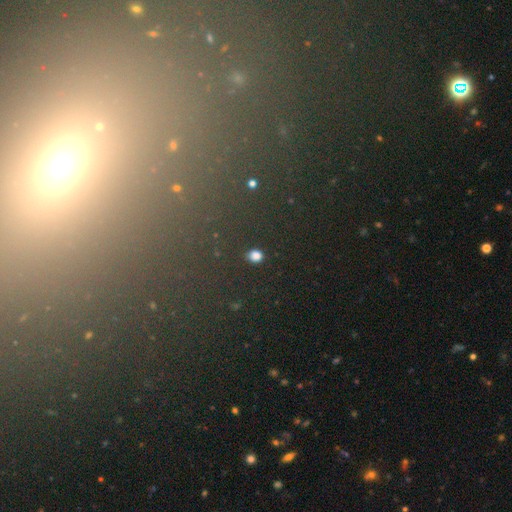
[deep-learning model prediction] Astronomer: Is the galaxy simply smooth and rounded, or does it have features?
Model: smooth — 81%.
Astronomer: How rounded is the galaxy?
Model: round — 57% (runner-up: in between, 41%).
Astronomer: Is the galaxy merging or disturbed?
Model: none — 89%.